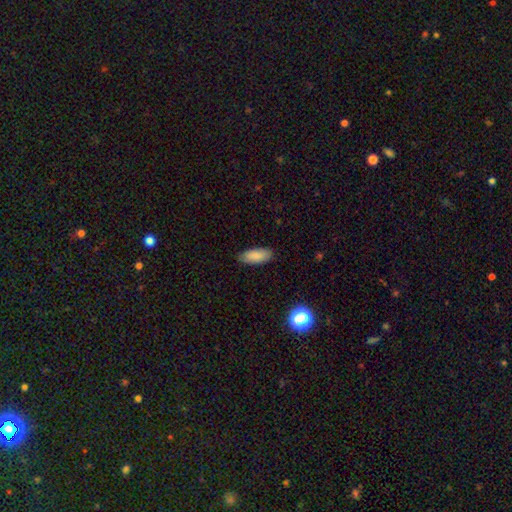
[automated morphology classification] A smooth galaxy with no disk features (87%) that is in between round and cigar-shaped (83%). Merging: none (86%).